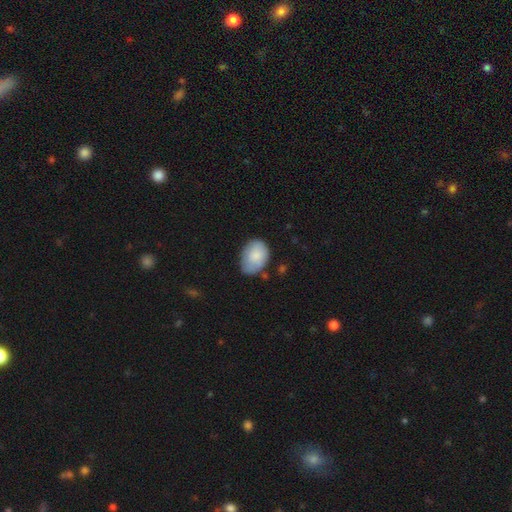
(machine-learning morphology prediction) A smooth galaxy with no disk features (81%) that is in between round and cigar-shaped (79%). Merging: none (58%).